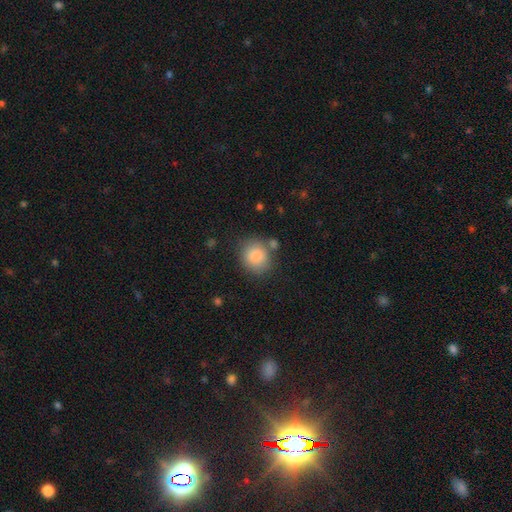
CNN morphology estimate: type=smooth (87%); roundness=round (78%); merging=none (70%).